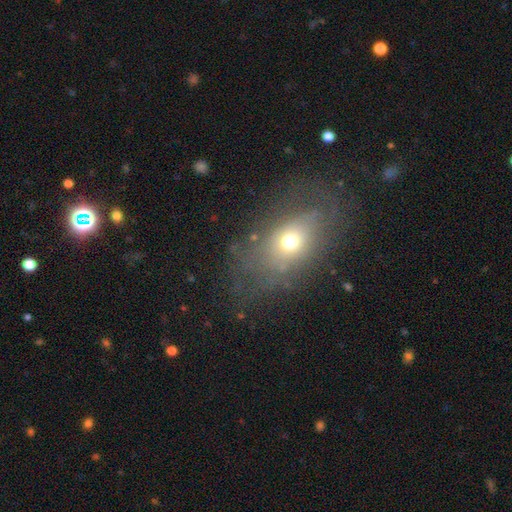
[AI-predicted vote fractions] Smooth or featured? smooth (51%)
How rounded? in between (79%)
Merging? none (75%)